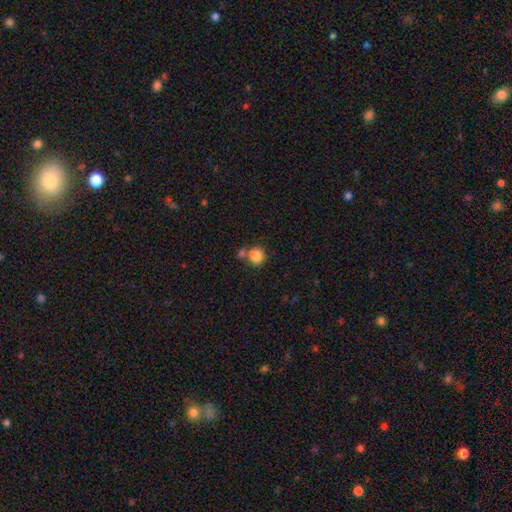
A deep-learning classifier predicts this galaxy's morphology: smooth_or_featured: smooth (p=0.84) [alt: star or artifact p=0.10]
how_rounded: round (p=0.70) [alt: in between p=0.29]
merging: none (p=0.48) [alt: merger p=0.36]